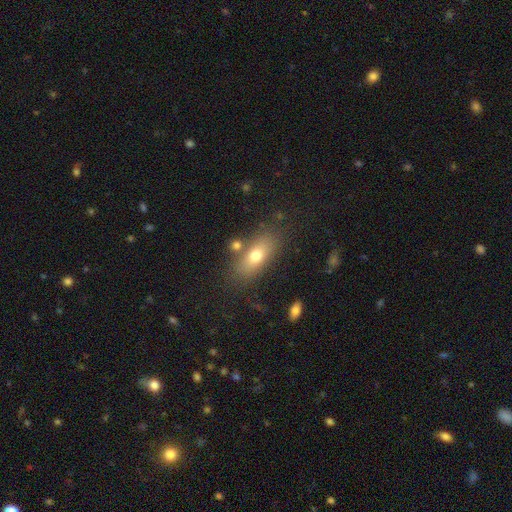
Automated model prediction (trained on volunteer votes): Smooth or featured?
  - smooth: 69% *
  - featured or disk: 21%
  - star or artifact: 10%
How rounded?
  - in between: 76% *
  - cigar-shaped: 17%
  - round: 7%
Merging?
  - none: 75% *
  - minor disturbance: 12%
  - merger: 8%
  - major disturbance: 4%